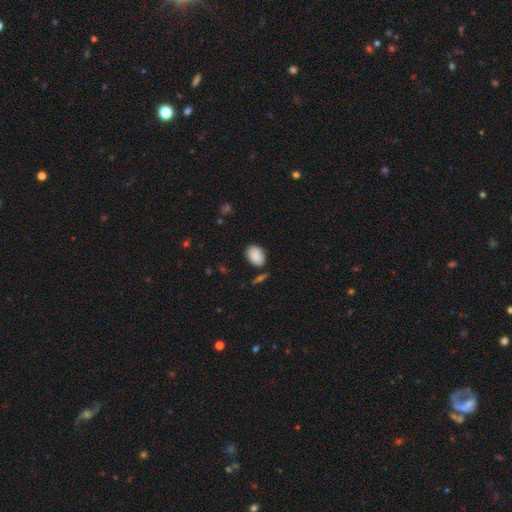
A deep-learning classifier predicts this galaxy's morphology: type=smooth (87%); roundness=in between (81%); merging=none (71%).